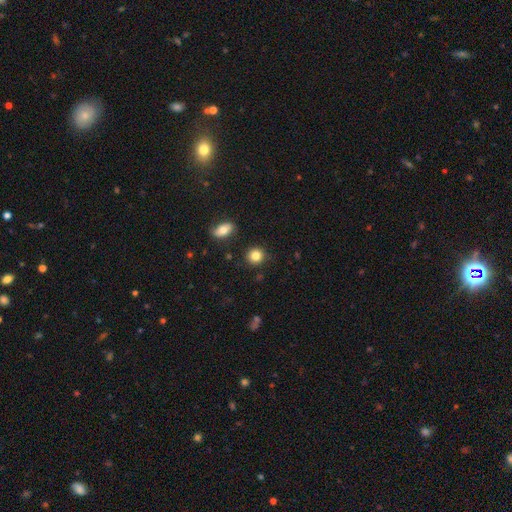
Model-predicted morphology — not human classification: Smooth or featured? smooth (85%)
How rounded? round (86%)
Merging? none (87%)